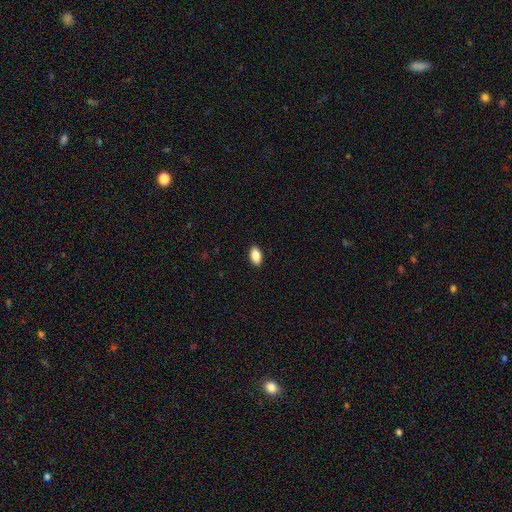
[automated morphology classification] A smooth galaxy with no disk features (88%) that is in between round and cigar-shaped (92%). Merging: none (90%).